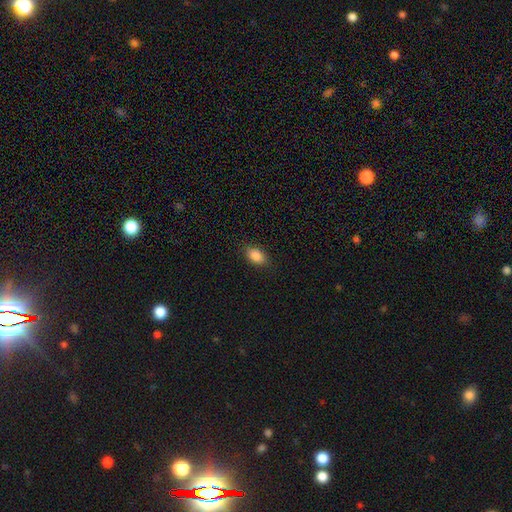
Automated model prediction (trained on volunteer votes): smooth-or-featured: smooth: 88% | star or artifact: 8% | featured or disk: 4%
  how-rounded: in between: 89% | round: 8% | cigar-shaped: 3%
  merging: none: 87% | minor disturbance: 10% | major disturbance: 3% | merger: 1%